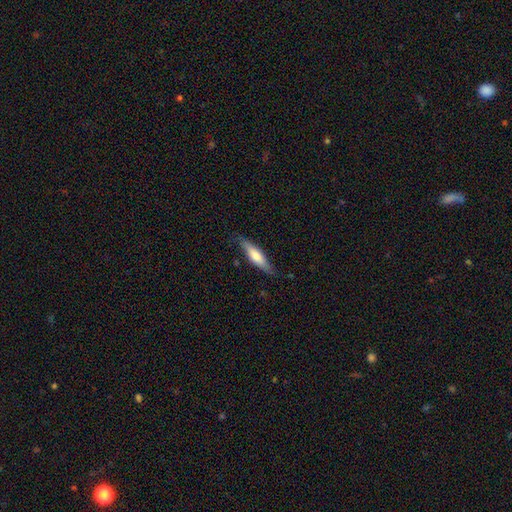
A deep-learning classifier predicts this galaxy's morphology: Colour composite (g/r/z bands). It shows a smooth galaxy with no disk features (60%) that is cigar-shaped (70%). Merging: none (78%).